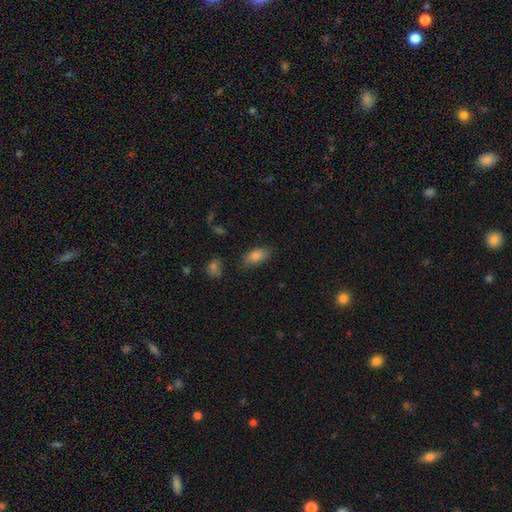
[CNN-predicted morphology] This is clearly a smooth galaxy (84%). How rounded: clearly in between (90%). Merging: likely none (77%).